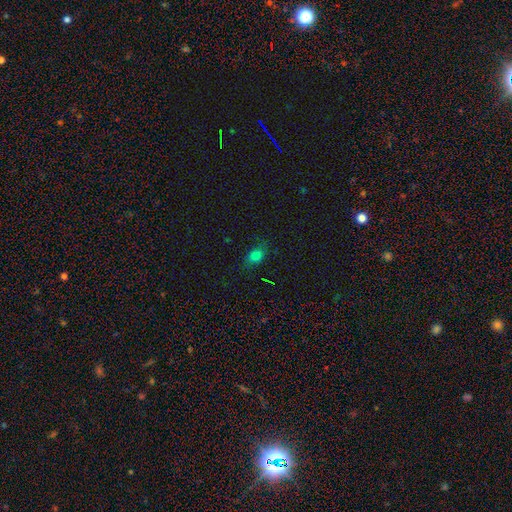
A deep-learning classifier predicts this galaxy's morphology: Smooth or featured: smooth — 76% (star or artifact — 16%)
How rounded: in between — 76% (round — 21%)
Merging: none — 76% (minor disturbance — 18%)